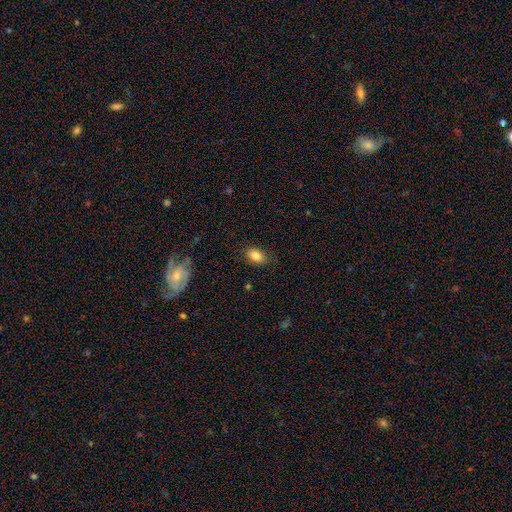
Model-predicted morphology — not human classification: smooth-or-featured: smooth: 84% | star or artifact: 9% | featured or disk: 7%
  how-rounded: in between: 86% | round: 13% | cigar-shaped: 2%
  merging: none: 84% | minor disturbance: 12% | major disturbance: 3% | merger: 1%